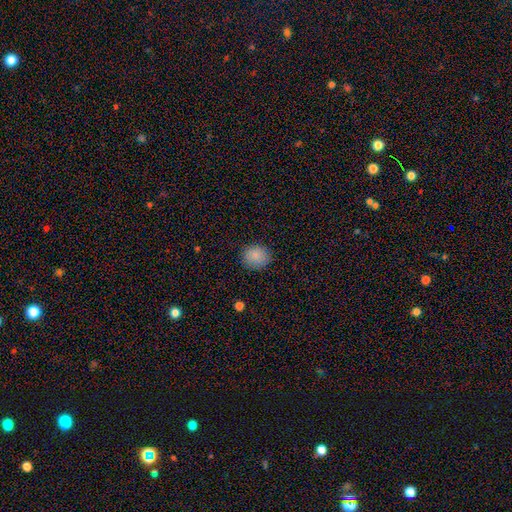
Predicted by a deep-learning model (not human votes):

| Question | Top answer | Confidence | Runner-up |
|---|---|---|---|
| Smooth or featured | smooth | 86% | star or artifact (9%) |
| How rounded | round | 74% | in between (25%) |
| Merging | none | 88% | minor disturbance (9%) |